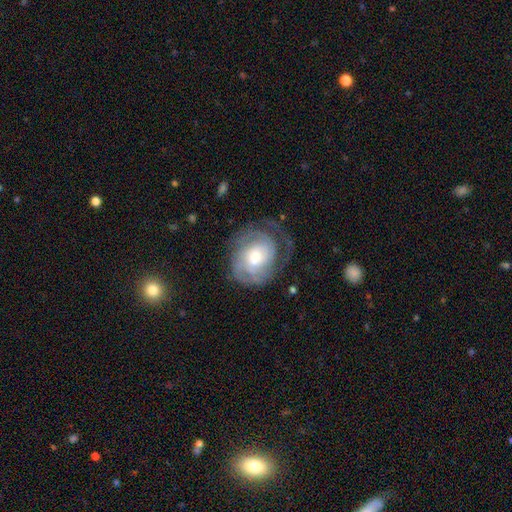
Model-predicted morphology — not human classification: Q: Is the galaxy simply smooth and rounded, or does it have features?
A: featured or disk — 76%.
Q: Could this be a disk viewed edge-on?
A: no — 97%.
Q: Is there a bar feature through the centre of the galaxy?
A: no — 68%.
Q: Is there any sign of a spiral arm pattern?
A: yes — 91%.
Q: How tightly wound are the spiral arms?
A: tight — 64%.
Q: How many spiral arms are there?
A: can't tell — 36%.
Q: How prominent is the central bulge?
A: moderate — 55%.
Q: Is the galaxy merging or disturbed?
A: none — 59%.